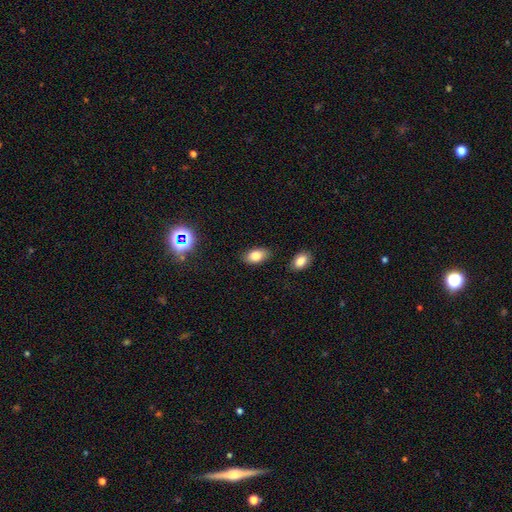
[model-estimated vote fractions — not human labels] smooth_or_featured: smooth (p=0.82) [alt: star or artifact p=0.10]
how_rounded: in between (p=0.91) [alt: round p=0.07]
merging: none (p=0.84) [alt: minor disturbance p=0.11]